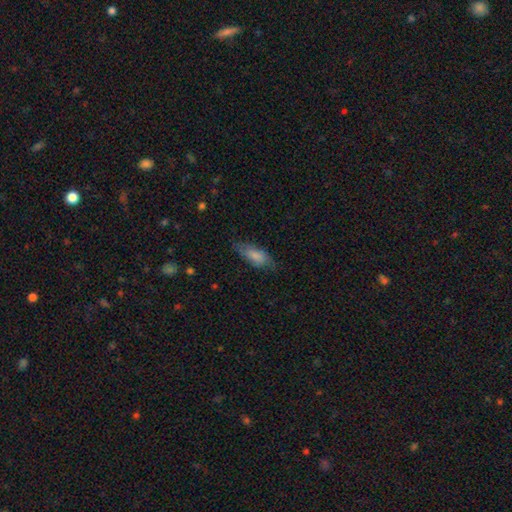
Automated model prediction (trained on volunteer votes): Smooth or featured? smooth (76%)
How rounded? in between (75%)
Merging? none (69%)